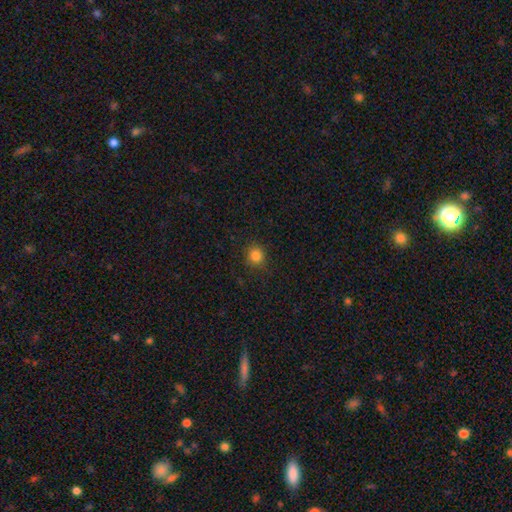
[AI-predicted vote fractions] Overall: smooth (83%). How rounded: round (88%). Merging: none (89%).